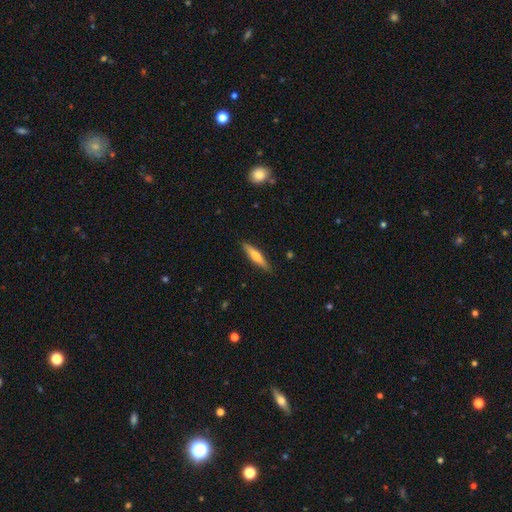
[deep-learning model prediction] Q: Smooth or featured?
A: smooth (51%); runner-up: featured or disk (44%)
Q: How rounded?
A: cigar-shaped (85%); runner-up: in between (13%)
Q: Merging?
A: none (89%); runner-up: minor disturbance (8%)